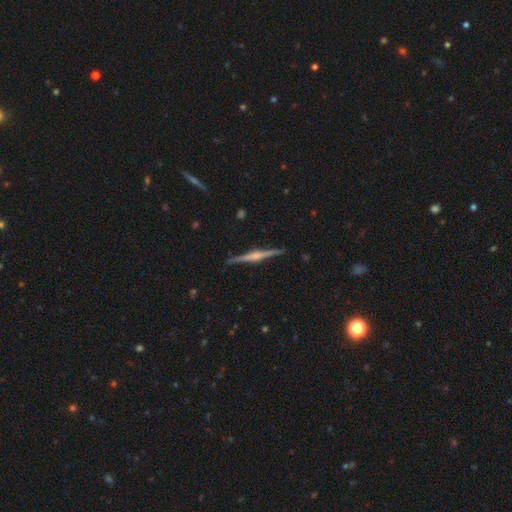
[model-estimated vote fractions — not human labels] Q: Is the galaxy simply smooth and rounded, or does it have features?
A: featured or disk — 83%.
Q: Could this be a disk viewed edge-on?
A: yes — 99%.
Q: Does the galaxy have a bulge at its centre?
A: rounded — 76%.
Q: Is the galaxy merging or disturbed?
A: none — 91%.